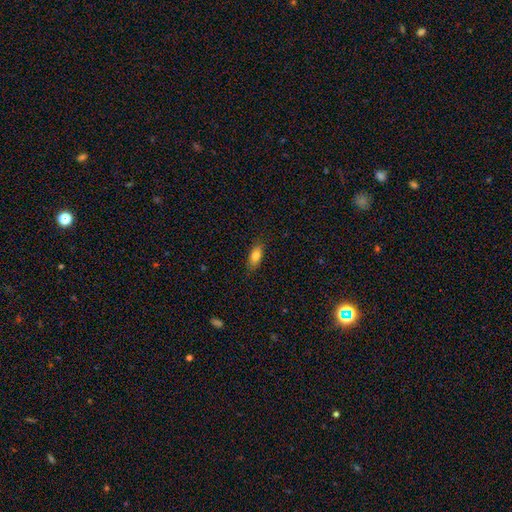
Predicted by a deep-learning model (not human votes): smooth 81%, featured or disk 12%, star or artifact 8%. Down the decision tree: how rounded — in between (83%); merging — none (83%).